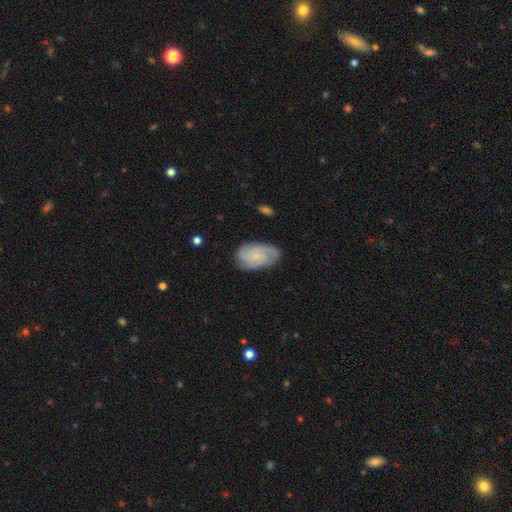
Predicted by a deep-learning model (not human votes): featured or disk 61%, smooth 32%, star or artifact 6%. Down the decision tree: edge-on disk — no (97%); bar — no (73%); spiral arms — yes (90%); spiral arm count — can't tell (34%); spiral winding — tight (51%); bulge size — small (77%); merging — none (69%).